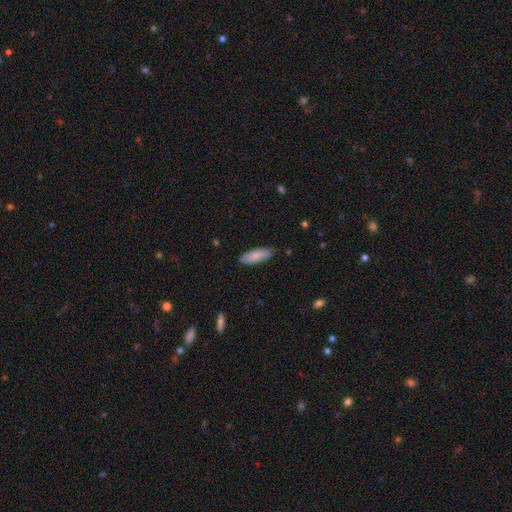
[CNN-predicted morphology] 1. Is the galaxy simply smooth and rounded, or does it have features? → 84% smooth, 11% featured or disk, 6% star or artifact.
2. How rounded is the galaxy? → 59% in between, 40% cigar-shaped, 1% round.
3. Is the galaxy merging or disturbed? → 84% none, 12% minor disturbance, 2% major disturbance, 1% merger.